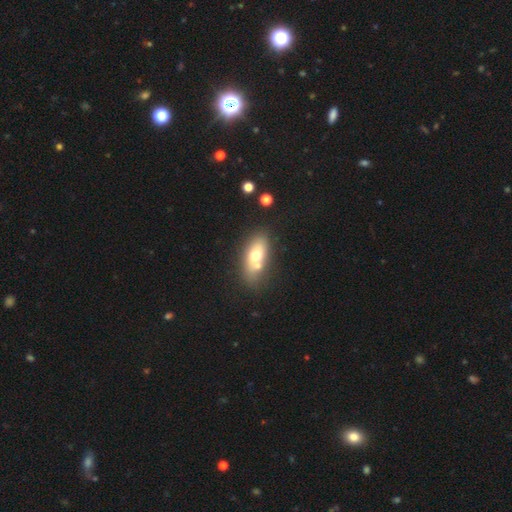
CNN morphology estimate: Smooth or featured? Predicted: smooth (p=0.62). How rounded? Predicted: in between (p=0.82). Merging? Predicted: none (p=0.54).